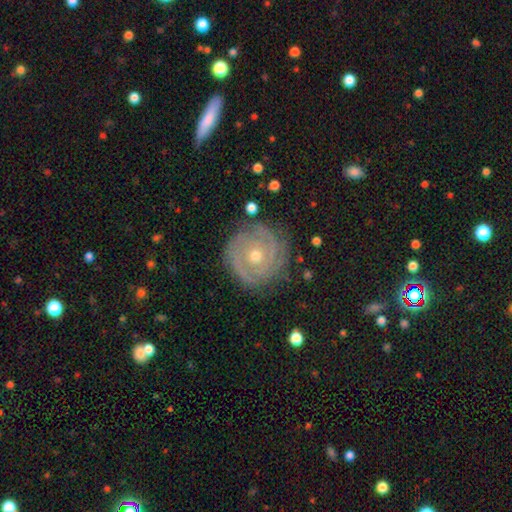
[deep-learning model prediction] Smooth or featured? Predicted: featured or disk (p=0.84). Edge-on disk? Predicted: no (p=0.97). Bar? Predicted: no (p=0.79). Spiral arms? Predicted: yes (p=0.94). Spiral winding? Predicted: tight (p=0.80). Spiral arm count? Predicted: 2 (p=0.34). Bulge size? Predicted: moderate (p=0.53). Merging? Predicted: none (p=0.82).